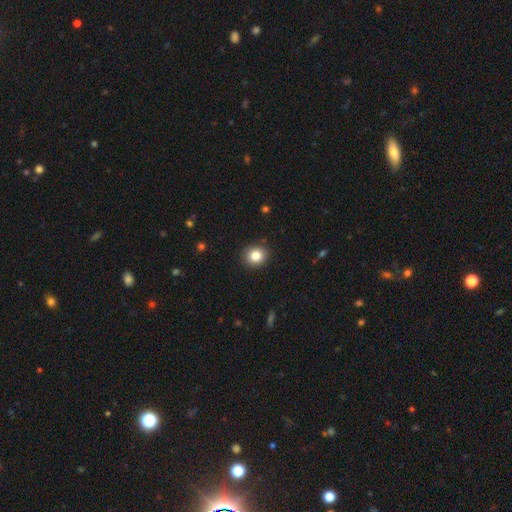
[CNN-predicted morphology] Smooth or featured?
  - smooth: 83% *
  - star or artifact: 11%
  - featured or disk: 6%
How rounded?
  - round: 81% *
  - in between: 18%
  - cigar-shaped: 1%
Merging?
  - none: 90% *
  - minor disturbance: 7%
  - major disturbance: 2%
  - merger: 1%